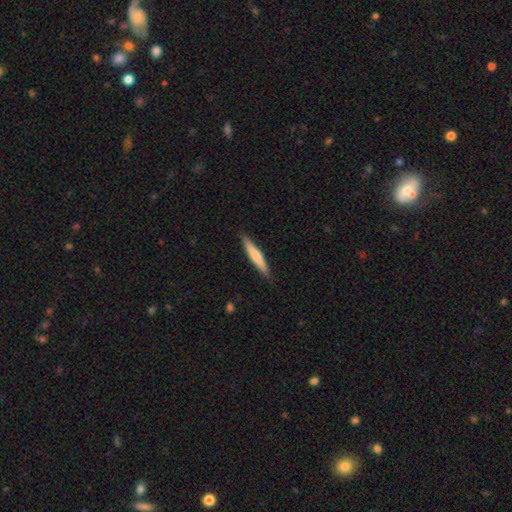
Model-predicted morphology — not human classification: A smooth galaxy with no disk features (63%) that is cigar-shaped (93%). Merging: none (88%).